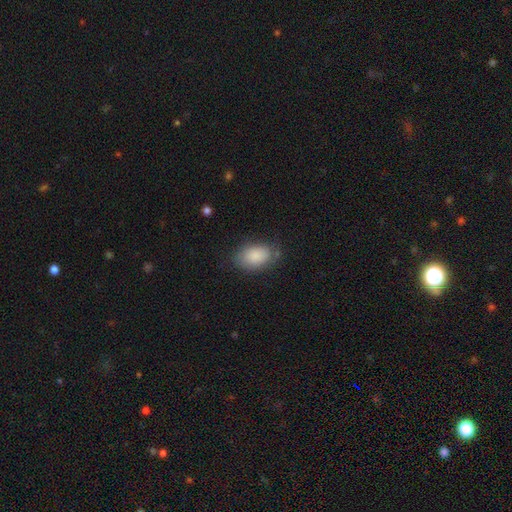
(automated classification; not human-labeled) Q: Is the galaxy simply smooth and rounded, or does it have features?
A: smooth — 86%.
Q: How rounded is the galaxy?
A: in between — 90%.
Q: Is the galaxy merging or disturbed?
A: none — 72%.